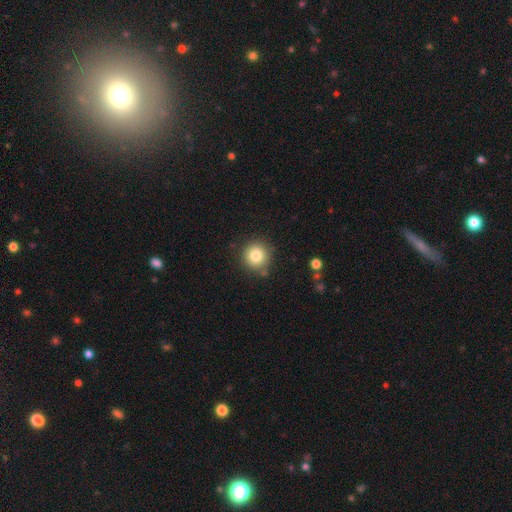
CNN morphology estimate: Overall: smooth (81%). How rounded: round (93%). Merging: none (85%).